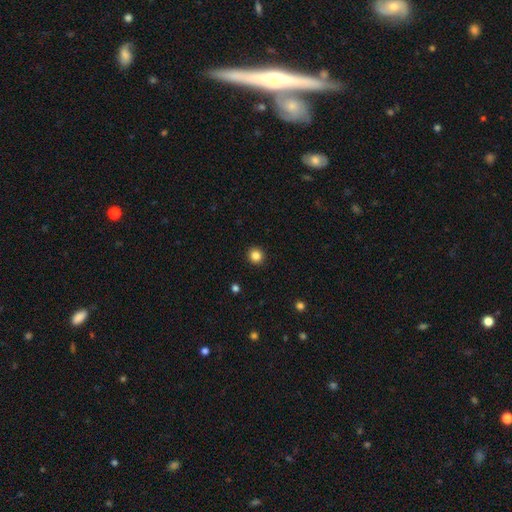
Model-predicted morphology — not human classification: A smooth galaxy with no disk features (85%) that is round (93%). Merging: none (93%).